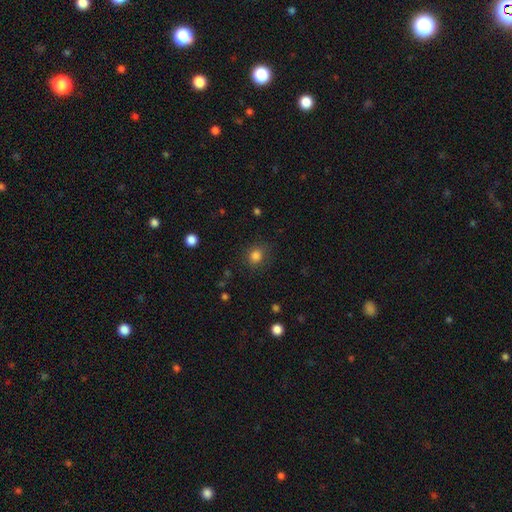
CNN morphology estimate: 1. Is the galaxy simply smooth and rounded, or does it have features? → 83% smooth, 12% star or artifact, 5% featured or disk.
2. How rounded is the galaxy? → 74% round, 25% in between, 1% cigar-shaped.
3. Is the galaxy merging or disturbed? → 83% none, 12% minor disturbance, 4% major disturbance, 1% merger.